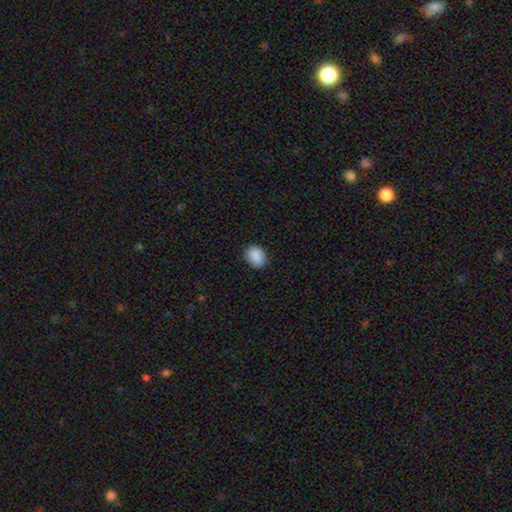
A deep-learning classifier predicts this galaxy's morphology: A smooth galaxy with no disk features (89%) that is in between round and cigar-shaped (58%).

Vote fractions:
- Smooth or featured? smooth: 89% / star or artifact: 8% / featured or disk: 3%
- How rounded? in between: 58% / round: 41% / cigar-shaped: 1%
- Merging? none: 85% / minor disturbance: 12% / major disturbance: 2% / merger: 1%